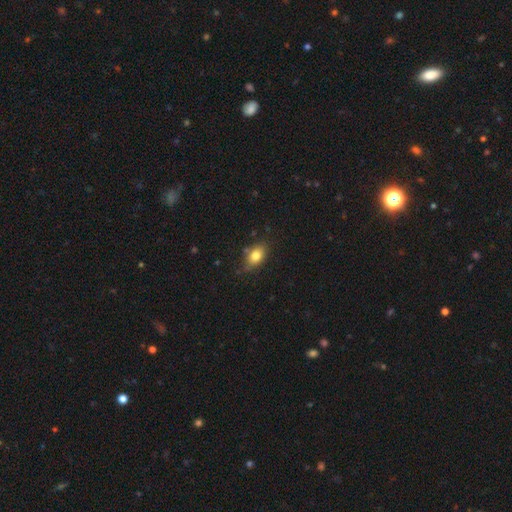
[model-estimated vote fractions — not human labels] Overall: smooth (80%). How rounded: in between (82%). Merging: none (72%).